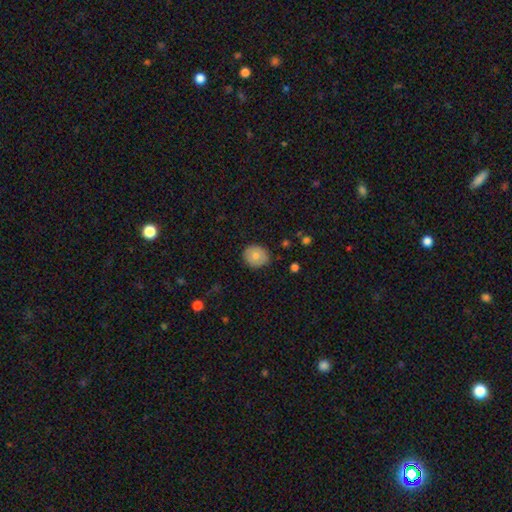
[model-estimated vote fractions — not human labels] Smooth or featured: smooth — 75% (featured or disk — 17%)
How rounded: round — 81% (in between — 18%)
Merging: none — 86% (minor disturbance — 11%)